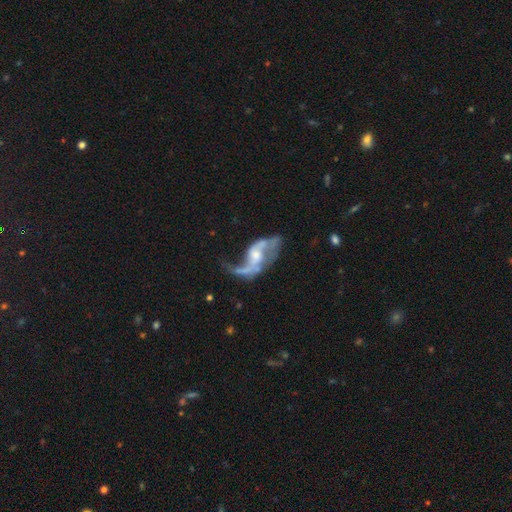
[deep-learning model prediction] Smooth or featured?
  - featured or disk: 86% *
  - smooth: 8%
  - star or artifact: 6%
Edge-on disk?
  - no: 96% *
  - yes: 4%
Bar?
  - no: 44% *
  - weak: 42%
  - strong: 14%
Spiral arms?
  - yes: 90% *
  - no: 10%
Spiral winding?
  - loose: 79% *
  - medium: 17%
  - tight: 4%
Spiral arm count?
  - 2: 83% *
  - 1: 9%
  - can't tell: 4%
  - 3: 2%
  - 4: 1%
  - more than 4: 1%
Bulge size?
  - moderate: 45% *
  - small: 37%
  - none: 10%
  - large: 6%
  - dominant: 1%
Merging?
  - none: 41% *
  - major disturbance: 32%
  - minor disturbance: 19%
  - merger: 7%